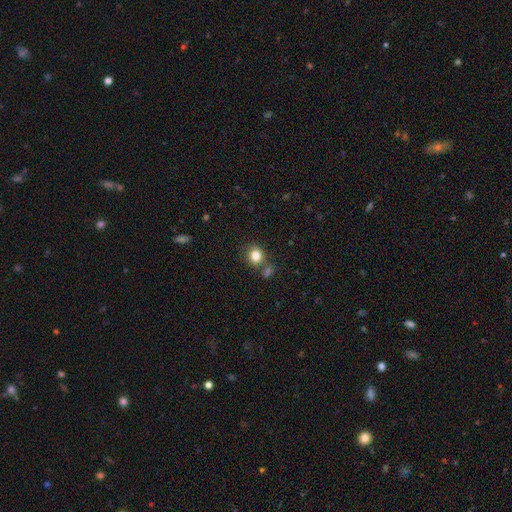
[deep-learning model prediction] Smooth or featured?
  - smooth: 82% *
  - star or artifact: 11%
  - featured or disk: 6%
How rounded?
  - round: 74% *
  - in between: 25%
  - cigar-shaped: 1%
Merging?
  - none: 72% *
  - merger: 13%
  - minor disturbance: 11%
  - major disturbance: 4%